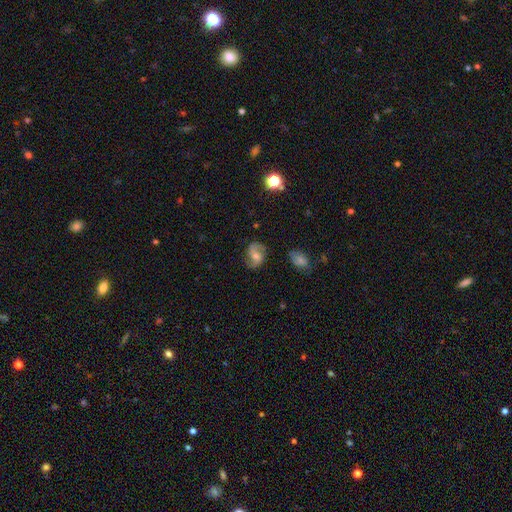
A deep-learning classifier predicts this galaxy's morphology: This is likely a featured or disk galaxy (74%). It is clearly not viewed edge-on (97%). Bar: marginally no (44%). Spiral arm pattern: clearly yes (94%). Spiral arm count: clearly 2 (90%). Spiral winding: possibly medium (45%). Central bulge: possibly moderate (59%). Merging: likely none (78%).